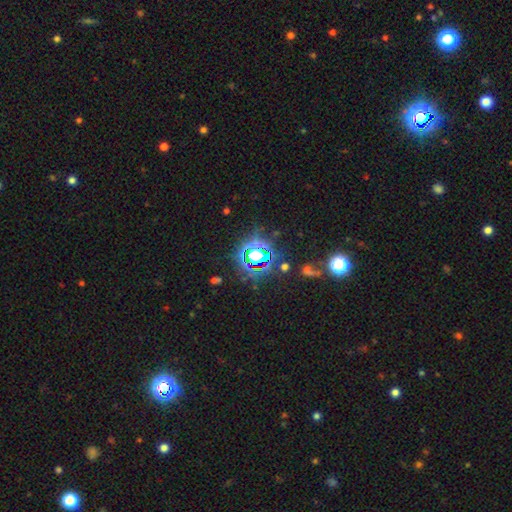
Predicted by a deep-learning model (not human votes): Morphology: type=star or artifact (73%).